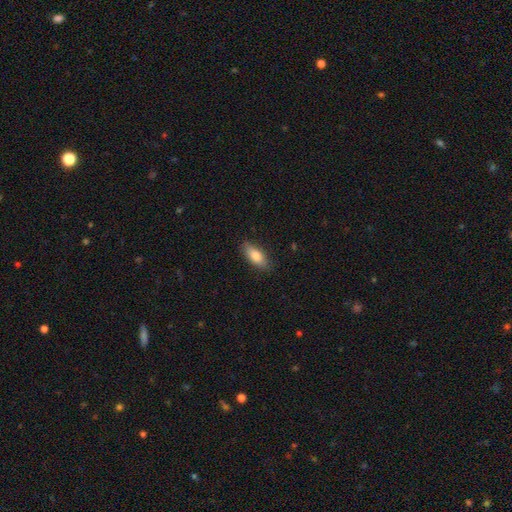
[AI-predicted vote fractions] Smooth or featured: smooth — 79% (featured or disk — 15%)
How rounded: in between — 79% (cigar-shaped — 19%)
Merging: none — 84% (minor disturbance — 13%)